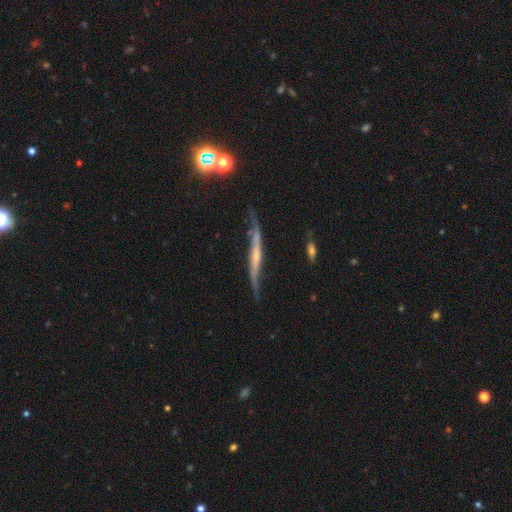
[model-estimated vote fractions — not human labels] Q: Smooth or featured?
A: featured or disk (74%); runner-up: smooth (18%)
Q: Edge-on disk?
A: yes (73%); runner-up: no (27%)
Q: Edge-on bulge?
A: none (53%); runner-up: rounded (34%)
Q: Merging?
A: none (58%); runner-up: minor disturbance (27%)